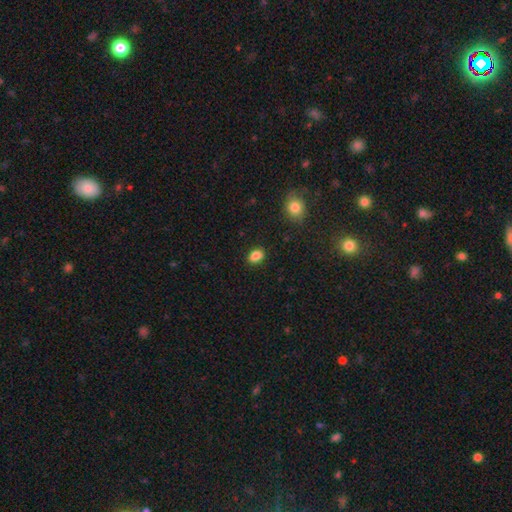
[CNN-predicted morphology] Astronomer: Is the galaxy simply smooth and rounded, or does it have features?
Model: smooth — 85%.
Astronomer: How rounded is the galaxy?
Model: in between — 77%.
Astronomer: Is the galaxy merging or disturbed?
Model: none — 88%.